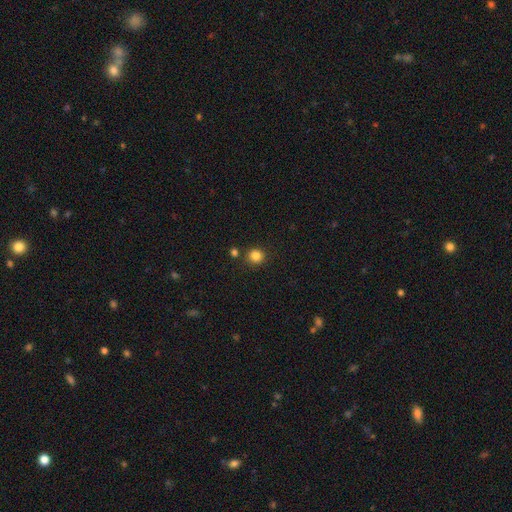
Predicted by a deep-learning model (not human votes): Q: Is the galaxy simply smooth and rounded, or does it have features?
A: smooth — 84%.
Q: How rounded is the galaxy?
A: round — 90%.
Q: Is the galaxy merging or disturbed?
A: none — 85%.